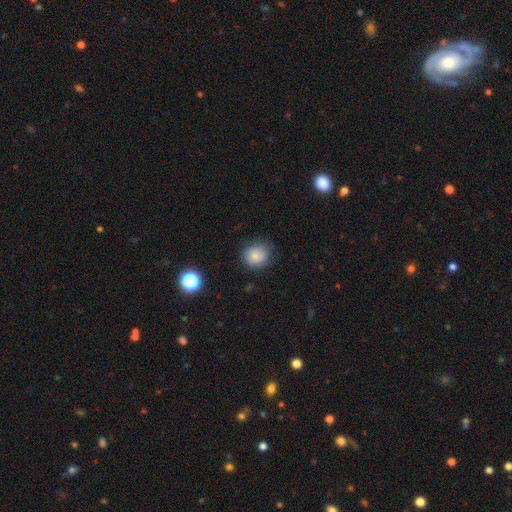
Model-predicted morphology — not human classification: Smooth or featured: smooth — 81% (star or artifact — 11%)
How rounded: round — 77% (in between — 22%)
Merging: none — 76% (minor disturbance — 18%)